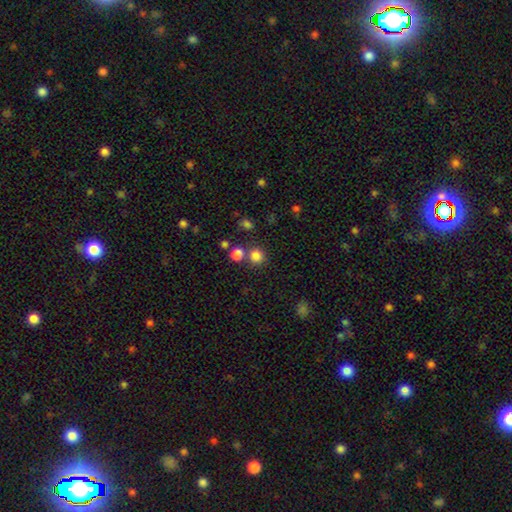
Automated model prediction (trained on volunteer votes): This appears to be a smooth galaxy with no disk features (82%) that is round (86%). Merging: none (68%).